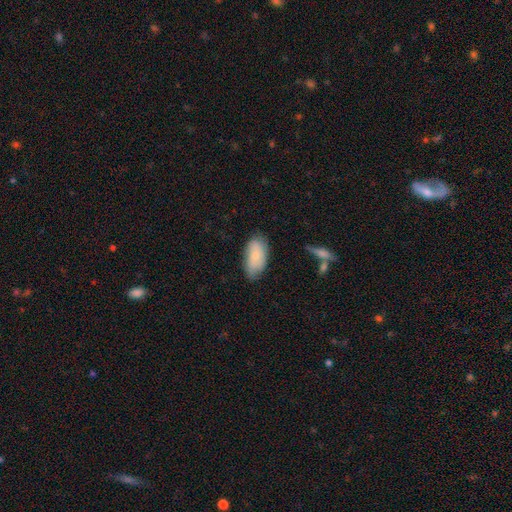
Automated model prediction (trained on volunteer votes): A smooth galaxy with no disk features (68%) that is in between round and cigar-shaped (93%). Merging: none (69%).